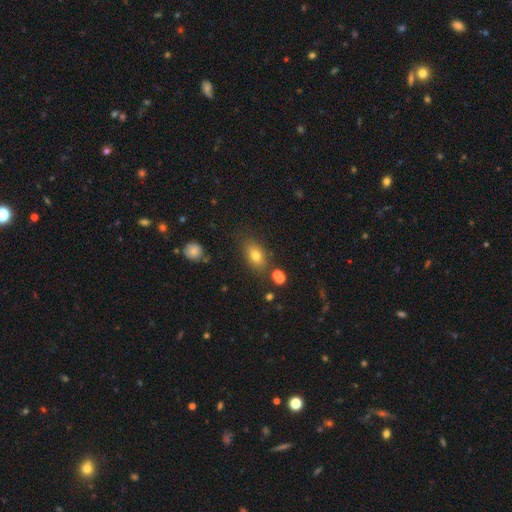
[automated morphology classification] This is likely a smooth galaxy (75%). How rounded: likely in between (79%). Merging: likely none (75%).